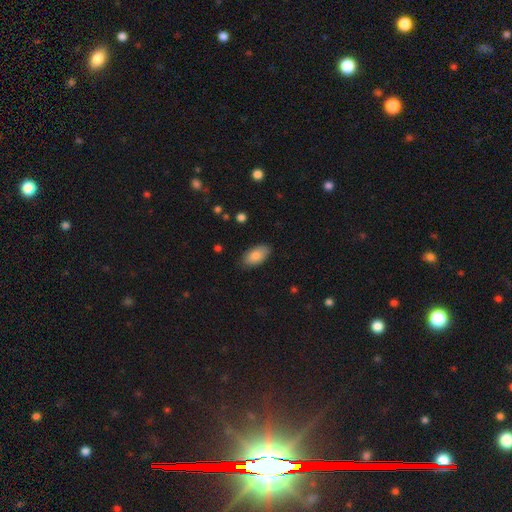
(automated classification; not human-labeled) A smooth galaxy with no disk features (85%) that is in between round and cigar-shaped (94%).

Vote fractions:
- Smooth or featured? smooth: 85% / featured or disk: 9% / star or artifact: 6%
- How rounded? in between: 94% / round: 3% / cigar-shaped: 3%
- Merging? none: 84% / minor disturbance: 13% / major disturbance: 2% / merger: 1%